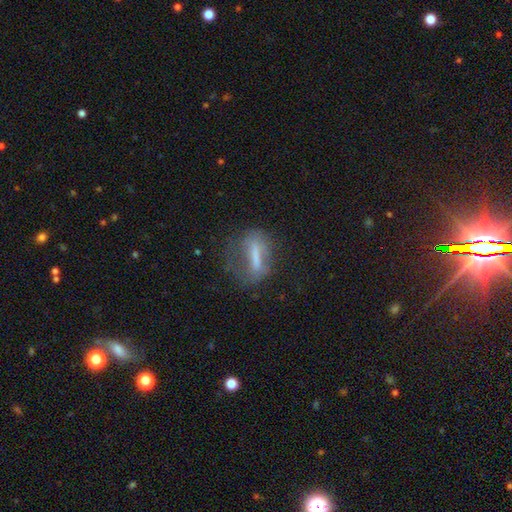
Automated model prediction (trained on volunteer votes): Smooth or featured? Predicted: smooth (p=0.44, tied with featured or disk). Merging? Predicted: none (p=0.52).